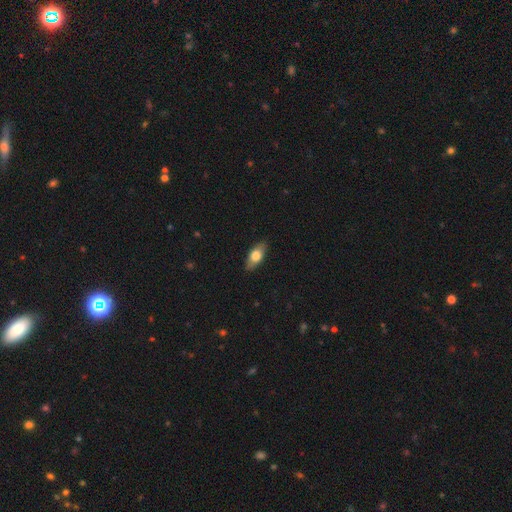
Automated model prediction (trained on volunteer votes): The model was most divided on "smooth or featured": smooth: 69%, featured or disk: 24%, star or artifact: 6%. More confident: merging — none (87%); how rounded — in between (82%).